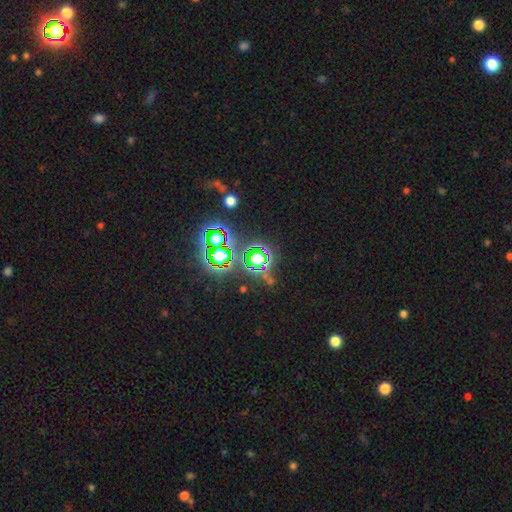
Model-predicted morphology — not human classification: star or artifact 68%, smooth 19%, featured or disk 12%.